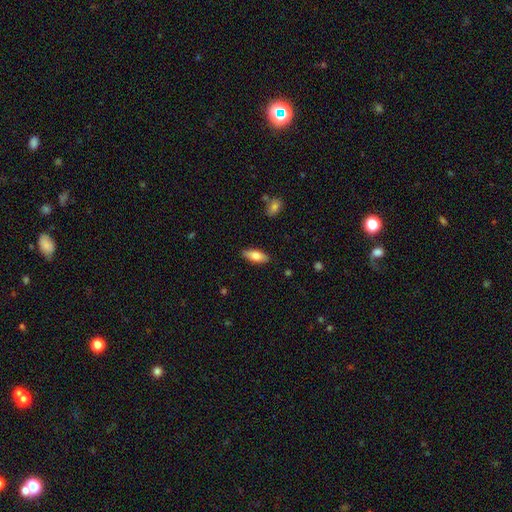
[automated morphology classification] The model was most divided on "how rounded": in between: 77%, cigar-shaped: 21%, round: 2%. More confident: merging — none (88%); smooth or featured — smooth (78%).